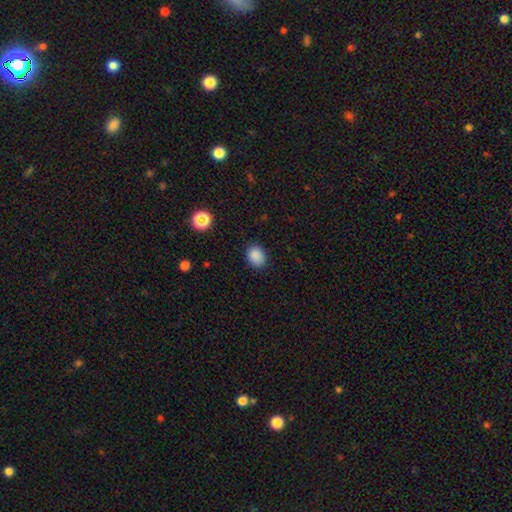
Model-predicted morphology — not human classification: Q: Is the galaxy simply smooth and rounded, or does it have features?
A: smooth — 87%.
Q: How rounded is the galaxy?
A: round — 52%.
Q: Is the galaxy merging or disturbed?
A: none — 86%.